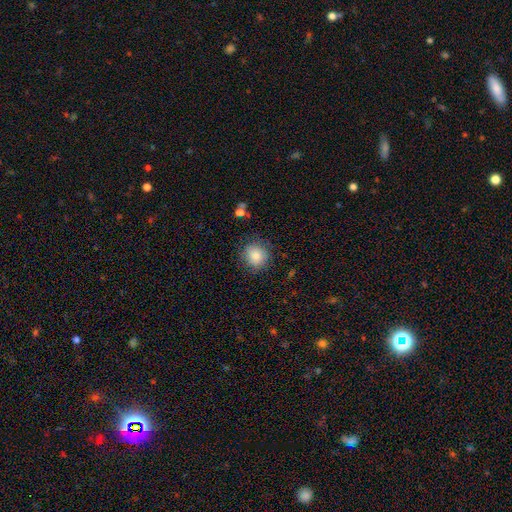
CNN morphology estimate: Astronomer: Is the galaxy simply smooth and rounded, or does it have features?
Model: smooth — 84%.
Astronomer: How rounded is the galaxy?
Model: round — 85%.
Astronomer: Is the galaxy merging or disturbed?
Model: none — 82%.